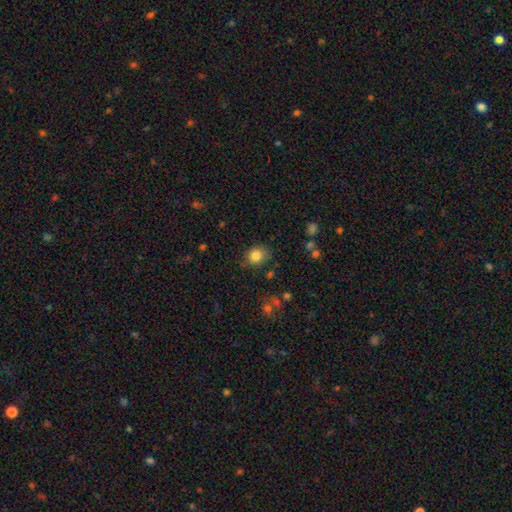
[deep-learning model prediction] Smooth or featured? smooth (83%)
How rounded? round (62%)
Merging? none (75%)